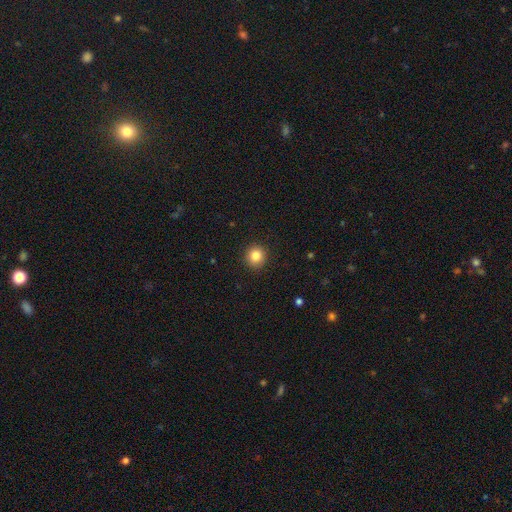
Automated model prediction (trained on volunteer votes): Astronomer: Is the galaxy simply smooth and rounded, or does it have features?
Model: smooth — 85%.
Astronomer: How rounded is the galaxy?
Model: round — 91%.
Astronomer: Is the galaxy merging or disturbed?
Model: none — 92%.